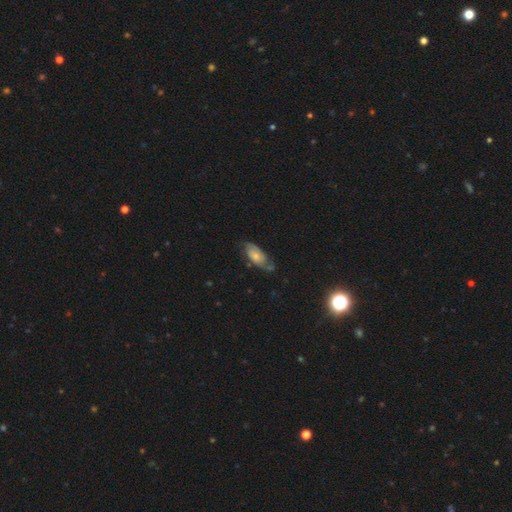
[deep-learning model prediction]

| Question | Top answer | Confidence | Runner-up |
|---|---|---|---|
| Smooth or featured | featured or disk | 64% | smooth (28%) |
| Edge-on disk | no | 93% | yes (7%) |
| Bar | no | 70% | weak (26%) |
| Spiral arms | yes | 89% | no (11%) |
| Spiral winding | medium | 42% | tight (37%) |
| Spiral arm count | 2 | 77% | can't tell (15%) |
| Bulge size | small | 46% | moderate (40%) |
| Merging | none | 60% | minor disturbance (26%) |